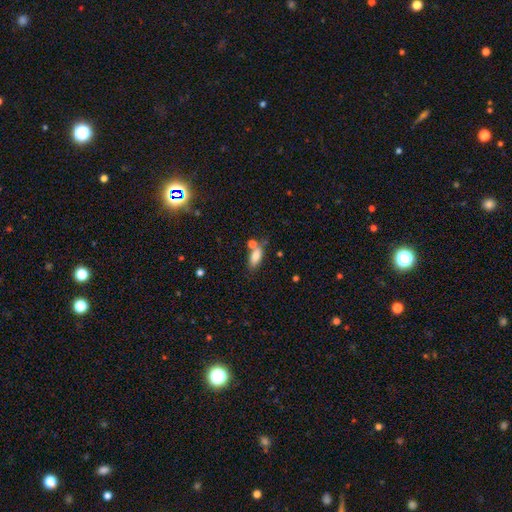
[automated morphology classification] Overall: smooth (80%). How rounded: in between (80%). Merging: none (57%; merger 23%).